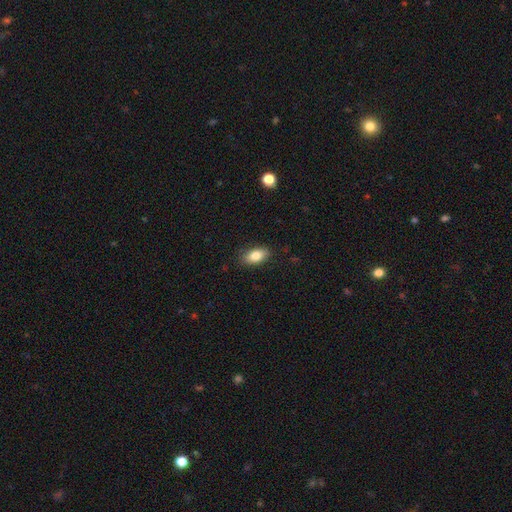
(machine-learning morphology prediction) type=smooth (82%); roundness=in between (91%); merging=none (86%).